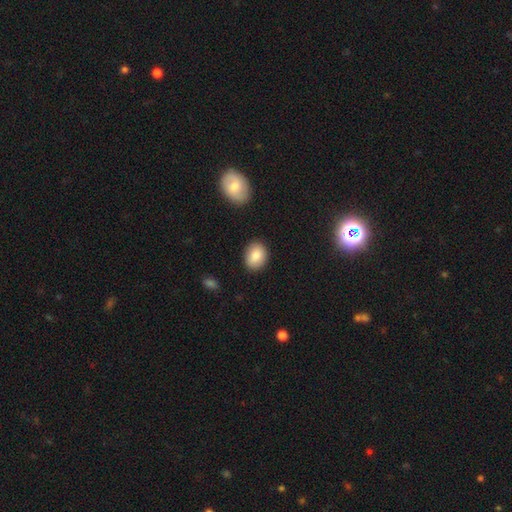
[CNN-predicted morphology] smooth-or-featured: smooth: 86% | featured or disk: 7% | star or artifact: 7%
  how-rounded: in between: 61% | round: 38% | cigar-shaped: 1%
  merging: none: 87% | minor disturbance: 9% | major disturbance: 2% | merger: 2%